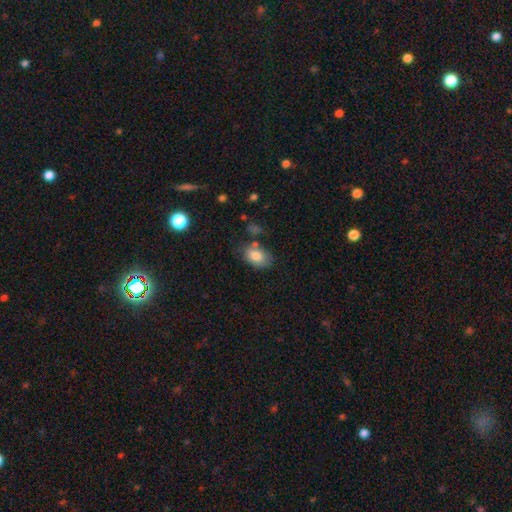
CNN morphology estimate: smooth_or_featured: smooth (p=0.80) [alt: featured or disk p=0.12]
how_rounded: in between (p=0.86) [alt: round p=0.13]
merging: none (p=0.63) [alt: minor disturbance p=0.20]